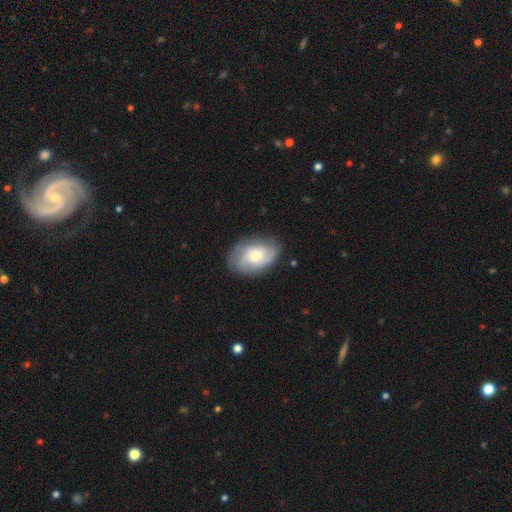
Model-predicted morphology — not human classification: smooth-or-featured: featured or disk: 64% | smooth: 30% | star or artifact: 6%
  disk-edge-on: no: 96% | yes: 4%
    bar: no: 59% | weak: 35% | strong: 6%
    has-spiral-arms: yes: 89% | no: 11%
      spiral-winding: medium: 42% | tight: 39% | loose: 19%
      spiral-arm-count: 2: 43% | can't tell: 27% | 3: 18% | 1: 6% | 4: 4% | more than 4: 3%
    bulge-size: moderate: 53% | small: 33% | large: 9% | none: 2% | dominant: 1%
  merging: none: 74% | minor disturbance: 18% | major disturbance: 6% | merger: 1%